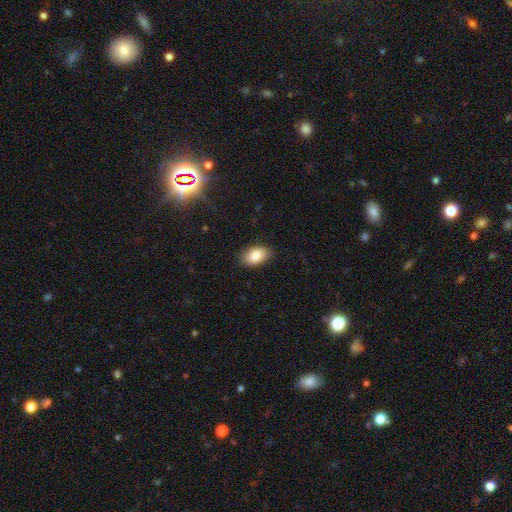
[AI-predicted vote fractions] This is clearly a smooth galaxy (86%). How rounded: clearly in between (92%). Merging: clearly none (86%).